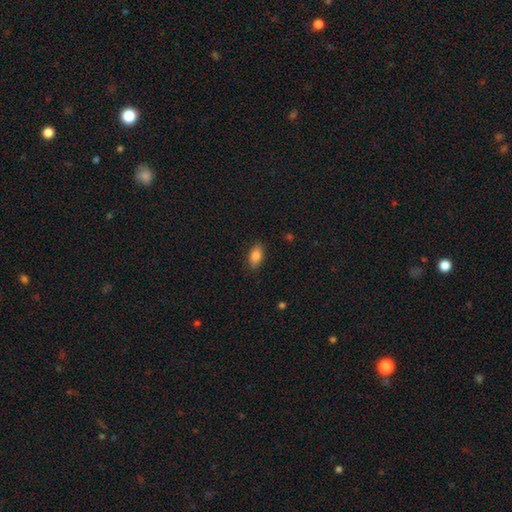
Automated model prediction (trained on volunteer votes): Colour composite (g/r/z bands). It shows a smooth galaxy with no disk features (84%) that is in between round and cigar-shaped (90%). Merging: none (87%).